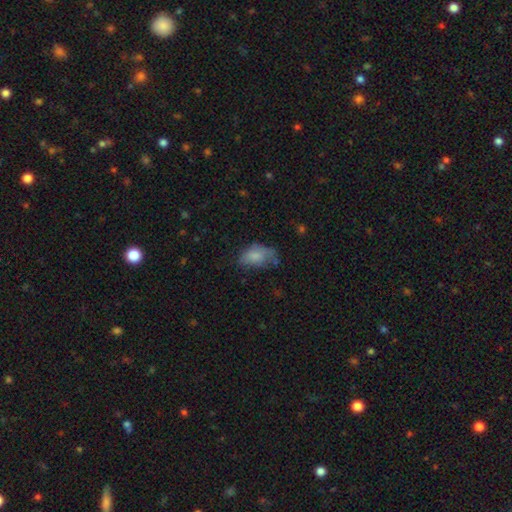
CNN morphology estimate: Overall: smooth (77%). How rounded: in between (90%). Merging: none (43%; minor disturbance 35%).